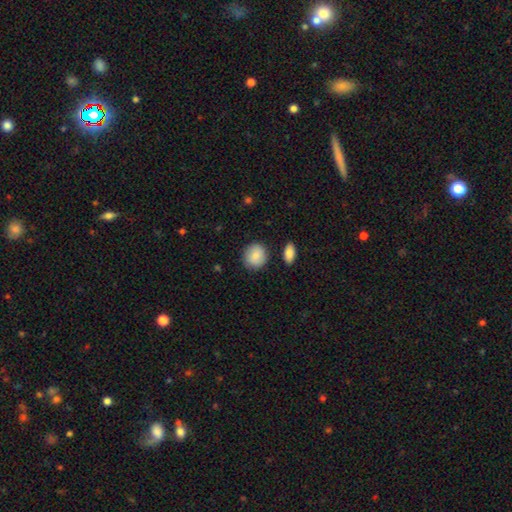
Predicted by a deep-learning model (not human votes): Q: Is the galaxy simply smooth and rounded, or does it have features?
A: smooth — 86%.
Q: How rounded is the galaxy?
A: round — 83%.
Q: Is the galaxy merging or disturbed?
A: none — 84%.